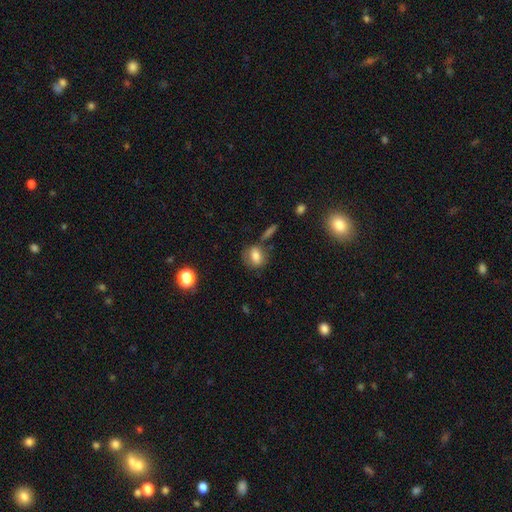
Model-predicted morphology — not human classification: The model was most divided on "how rounded": in between: 61%, round: 35%, cigar-shaped: 3%. More confident: smooth or featured — smooth (74%); merging — none (64%).